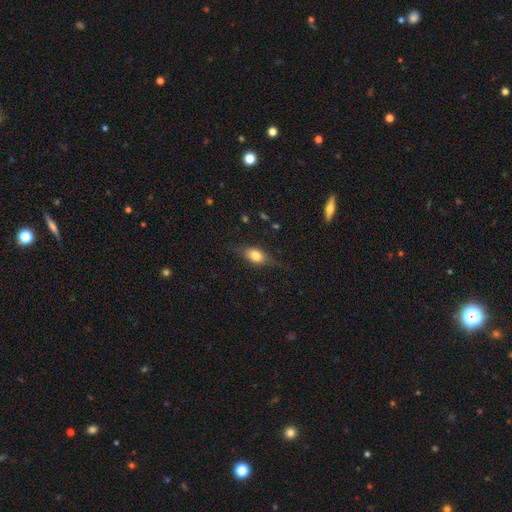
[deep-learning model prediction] Overall: smooth (65%; featured or disk 27%). How rounded: in between (71%). Merging: none (72%).